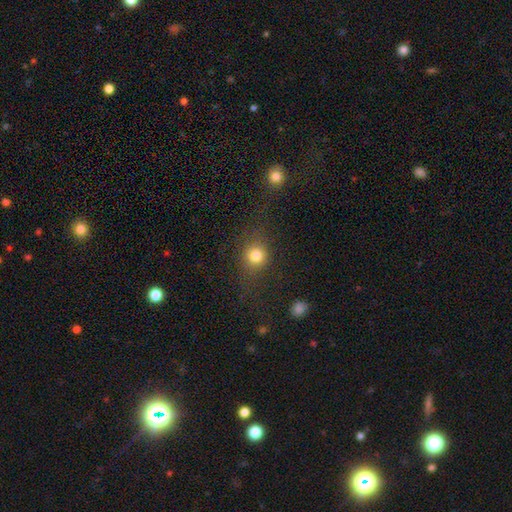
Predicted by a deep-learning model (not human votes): Smooth or featured: smooth — 78% (star or artifact — 13%)
How rounded: round — 84% (in between — 14%)
Merging: none — 71% (minor disturbance — 14%)